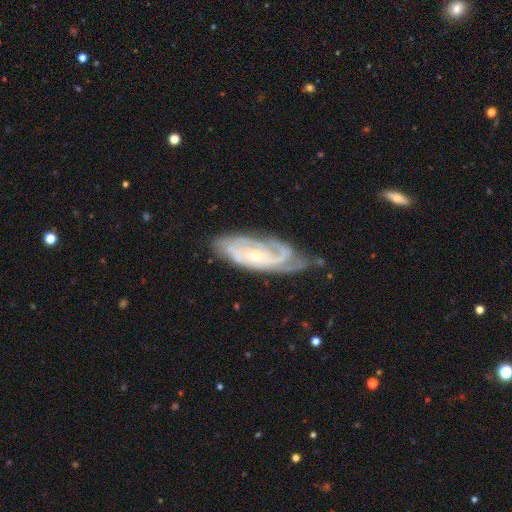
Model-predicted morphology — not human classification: type=featured or disk (86%); edge-on=no (92%); bar=no (65%); spiral arms=yes (95%); winding=tight (60%); arm count=2 (37%); bulge=small (72%); merging=none (60%).